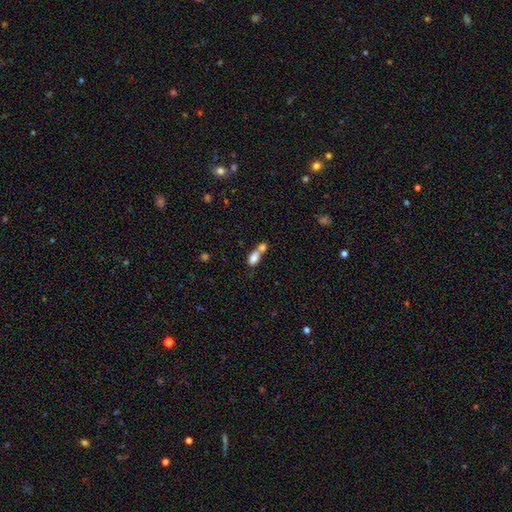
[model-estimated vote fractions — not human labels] This appears to be a smooth galaxy with no disk features (79%) that is in between round and cigar-shaped (82%). Merging: merger (65%).